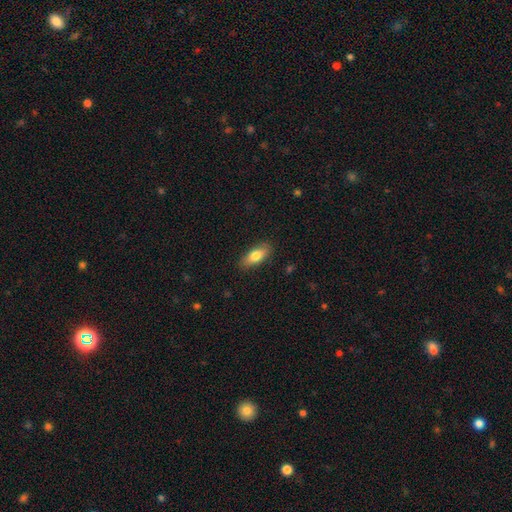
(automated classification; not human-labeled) Smooth or featured? Predicted: smooth (p=0.79). How rounded? Predicted: in between (p=0.77). Merging? Predicted: none (p=0.87).